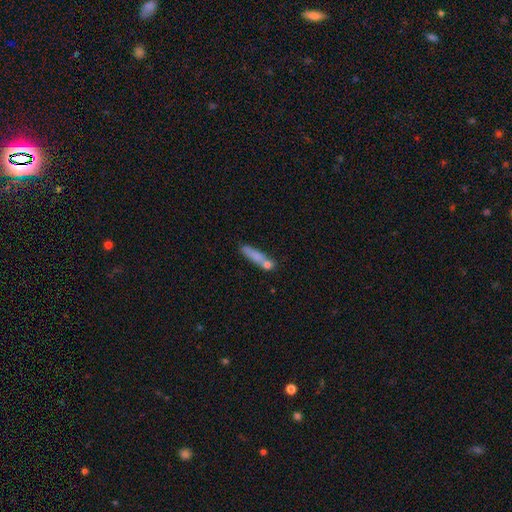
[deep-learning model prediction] A smooth galaxy with no disk features (72%) that is cigar-shaped (80%).

Vote fractions:
- Smooth or featured? smooth: 72% / featured or disk: 20% / star or artifact: 9%
- How rounded? cigar-shaped: 80% / in between: 17% / round: 3%
- Merging? none: 52% / merger: 24% / minor disturbance: 17% / major disturbance: 7%